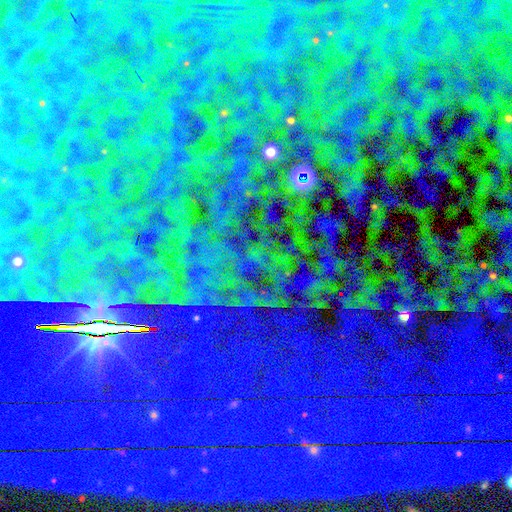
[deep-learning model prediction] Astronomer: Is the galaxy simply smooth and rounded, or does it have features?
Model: star or artifact — 86%.